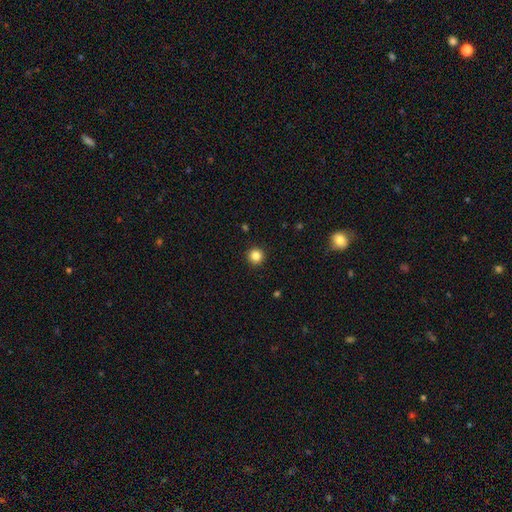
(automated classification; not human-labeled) Q: Smooth or featured?
A: smooth (84%); runner-up: star or artifact (12%)
Q: How rounded?
A: round (96%); runner-up: in between (3%)
Q: Merging?
A: none (93%); runner-up: minor disturbance (4%)